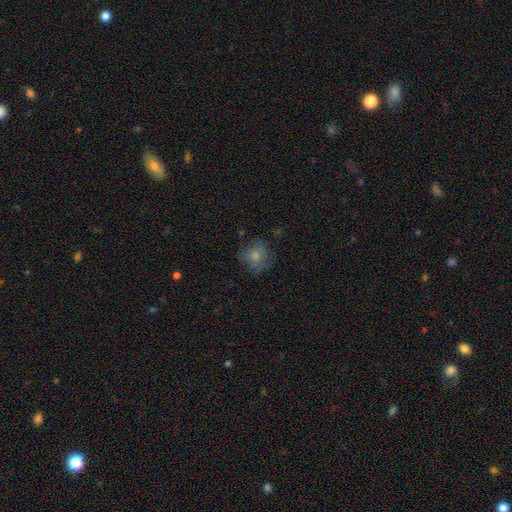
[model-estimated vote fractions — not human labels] Smooth or featured? Predicted: smooth (p=0.75). How rounded? Predicted: round (p=0.75). Merging? Predicted: none (p=0.64).